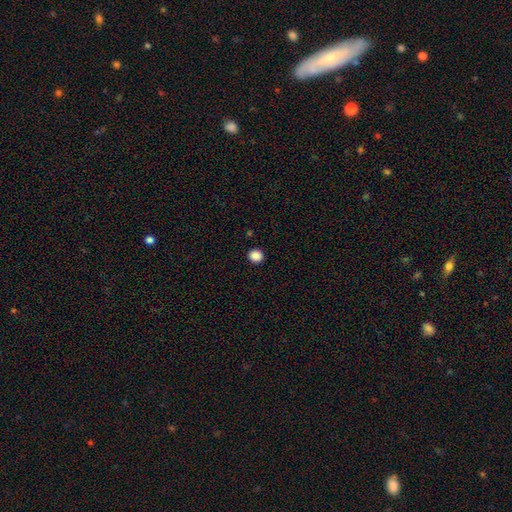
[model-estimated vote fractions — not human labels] smooth 87%, star or artifact 10%, featured or disk 3%. Down the decision tree: how rounded — round (88%); merging — none (93%).